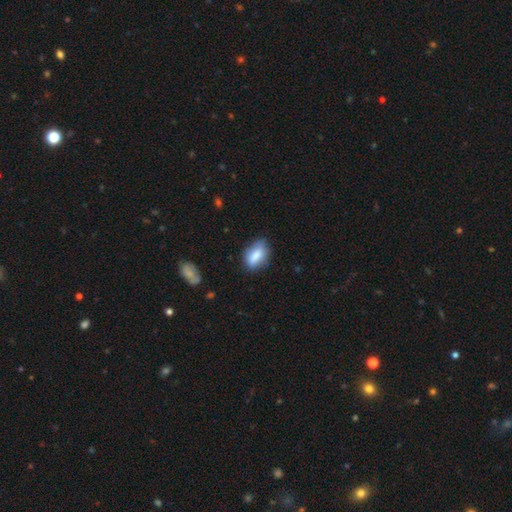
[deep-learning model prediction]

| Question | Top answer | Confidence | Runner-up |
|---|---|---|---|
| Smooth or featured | smooth | 79% | featured or disk (14%) |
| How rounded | in between | 86% | round (7%) |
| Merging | none | 70% | minor disturbance (23%) |